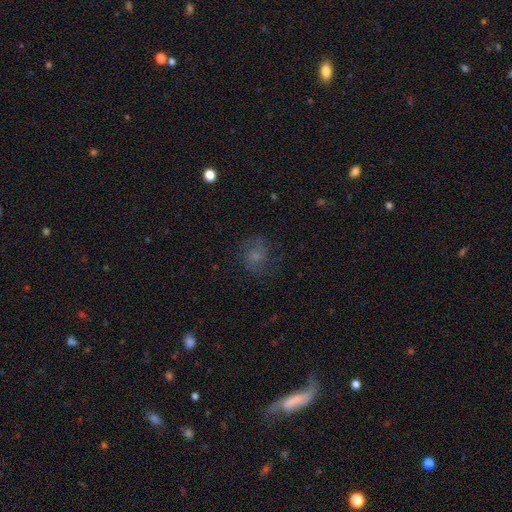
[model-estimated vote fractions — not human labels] This is marginally a smooth galaxy (45%). Merging: likely none (65%).